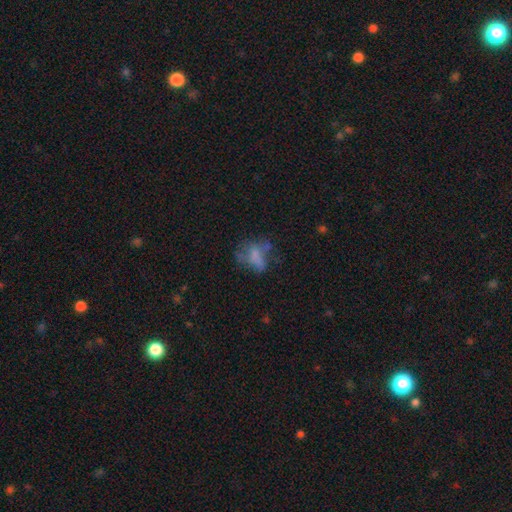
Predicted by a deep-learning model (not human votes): A smooth galaxy with no disk features (51%) that is in between round and cigar-shaped (73%).

Vote fractions:
- Smooth or featured? smooth: 51% / featured or disk: 33% / star or artifact: 16%
- How rounded? in between: 73% / round: 23% / cigar-shaped: 5%
- Merging? major disturbance: 36% / none: 35% / minor disturbance: 22% / merger: 7%